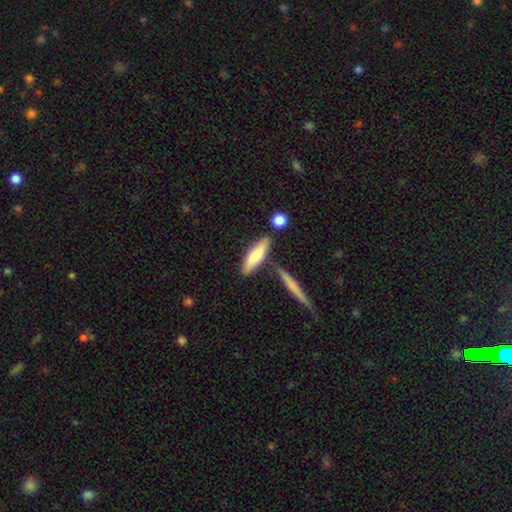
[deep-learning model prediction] This is likely a smooth galaxy (73%). How rounded: possibly cigar-shaped (57%). Merging: likely none (66%).